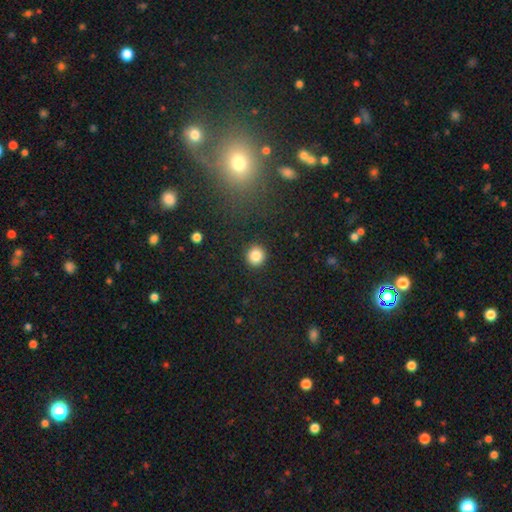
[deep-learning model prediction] smooth_or_featured: smooth (p=0.86) [alt: star or artifact p=0.10]
how_rounded: round (p=0.92) [alt: in between p=0.07]
merging: none (p=0.92) [alt: minor disturbance p=0.05]